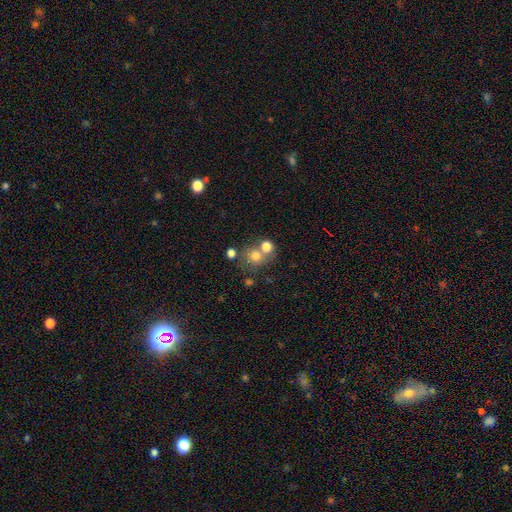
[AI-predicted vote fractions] A smooth galaxy with no disk features (72%) that is round (83%). Merging: none (53%).